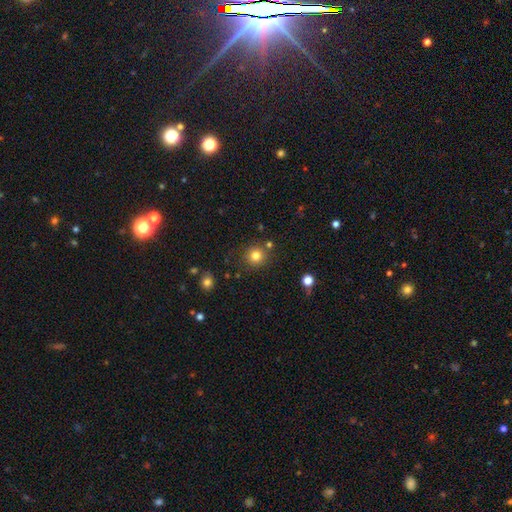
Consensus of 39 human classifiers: A smooth galaxy with no disk features (82%) that is round (97%).

Vote fractions:
- Smooth or featured? smooth: 82% / featured or disk: 13% / star or artifact: 5%
- How rounded? round: 97% / in between: 3% / cigar-shaped: 0%
- Merging? none: 86% / merger: 8% / minor disturbance: 5% / major disturbance: 0%